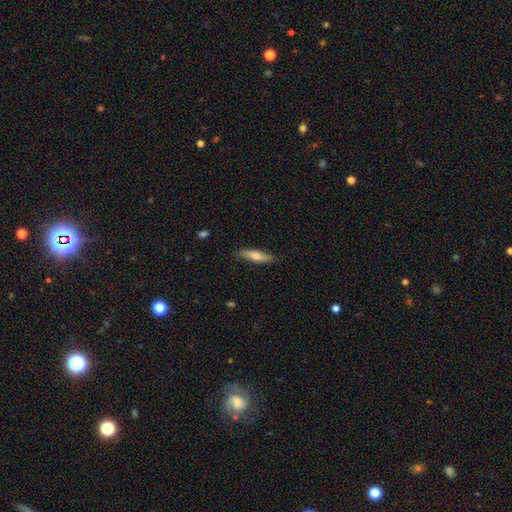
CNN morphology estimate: Smooth or featured: smooth — 67% (featured or disk — 27%)
How rounded: cigar-shaped — 71% (in between — 27%)
Merging: none — 85% (minor disturbance — 12%)